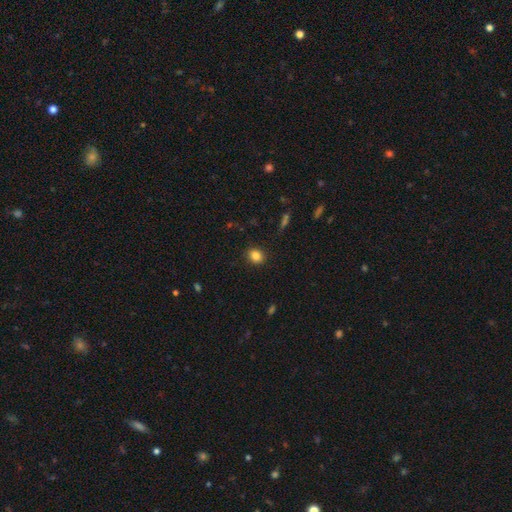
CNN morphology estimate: Q: Smooth or featured?
A: smooth (85%); runner-up: star or artifact (10%)
Q: How rounded?
A: round (67%); runner-up: in between (32%)
Q: Merging?
A: none (89%); runner-up: minor disturbance (7%)